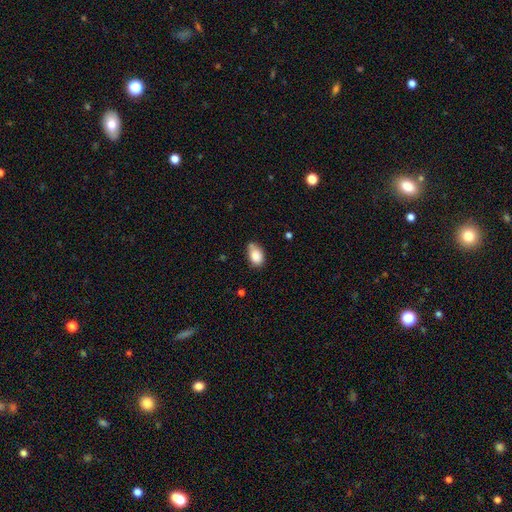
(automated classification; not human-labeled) A smooth galaxy with no disk features (85%) that is in between round and cigar-shaped (84%).

Vote fractions:
- Smooth or featured? smooth: 85% / star or artifact: 8% / featured or disk: 7%
- How rounded? in between: 84% / round: 15% / cigar-shaped: 1%
- Merging? none: 56% / minor disturbance: 31% / merger: 8% / major disturbance: 5%